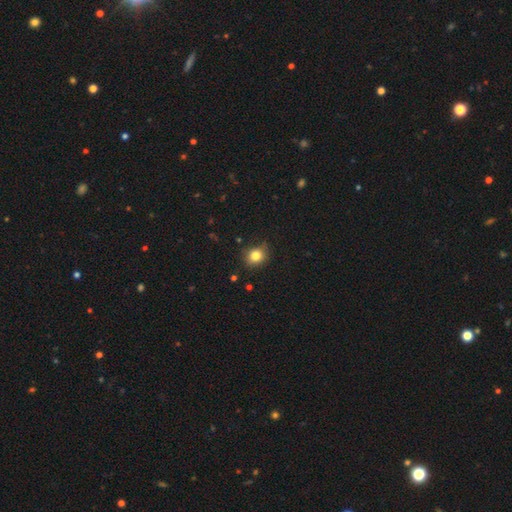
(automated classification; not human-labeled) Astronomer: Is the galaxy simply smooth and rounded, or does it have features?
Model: smooth — 82%.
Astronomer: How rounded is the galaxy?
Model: round — 70%.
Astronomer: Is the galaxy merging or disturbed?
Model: none — 79%.